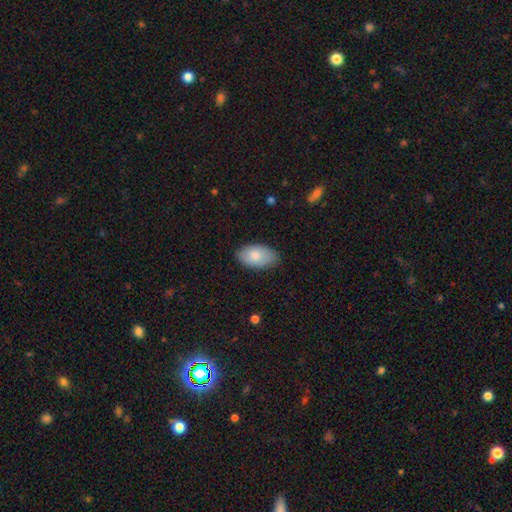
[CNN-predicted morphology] The model was most divided on "merging": none: 82%, minor disturbance: 15%, major disturbance: 3%, merger: 1%. More confident: how rounded — in between (95%); smooth or featured — smooth (82%).